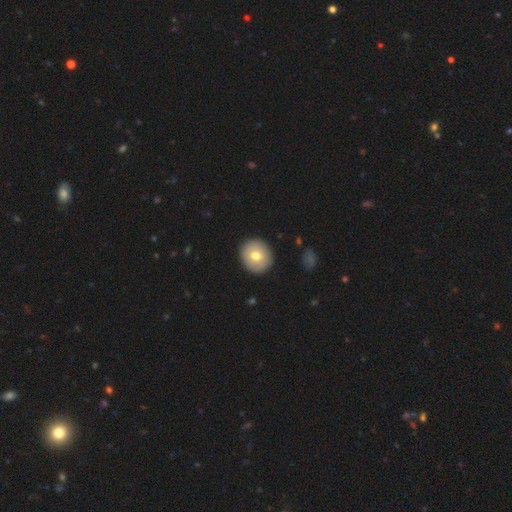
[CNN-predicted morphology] This is likely a smooth galaxy (71%). How rounded: clearly round (88%). Merging: clearly none (91%).